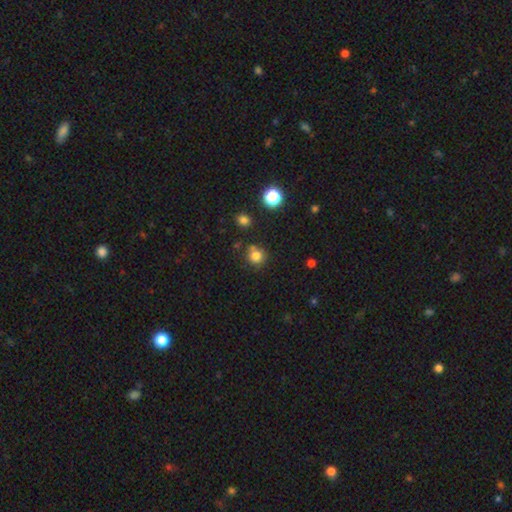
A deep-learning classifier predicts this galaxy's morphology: This appears to be a smooth galaxy with no disk features (79%) that is round (88%). Merging: none (71%).